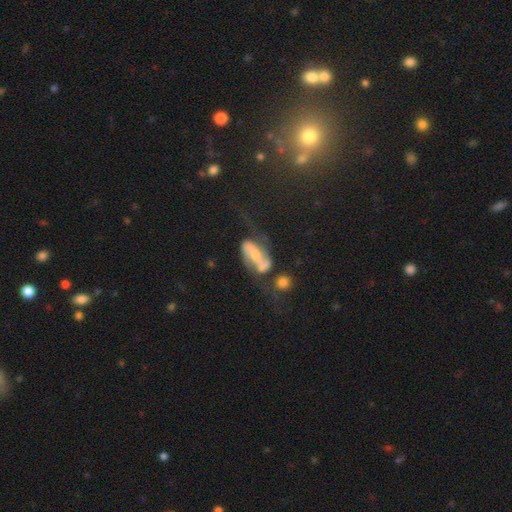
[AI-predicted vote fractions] smooth-or-featured: featured or disk: 75% | smooth: 15% | star or artifact: 9%
  disk-edge-on: no: 93% | yes: 7%
    bar: strong: 47% | weak: 31% | no: 22%
    has-spiral-arms: yes: 88% | no: 12%
      spiral-winding: loose: 44% | medium: 40% | tight: 17%
      spiral-arm-count: 2: 89% | can't tell: 5% | 1: 2% | 3: 1% | 4: 1% | more than 4: 1%
    bulge-size: moderate: 48% | small: 40% | large: 6% | none: 4% | dominant: 2%
  merging: none: 43% | major disturbance: 22% | minor disturbance: 19% | merger: 16%